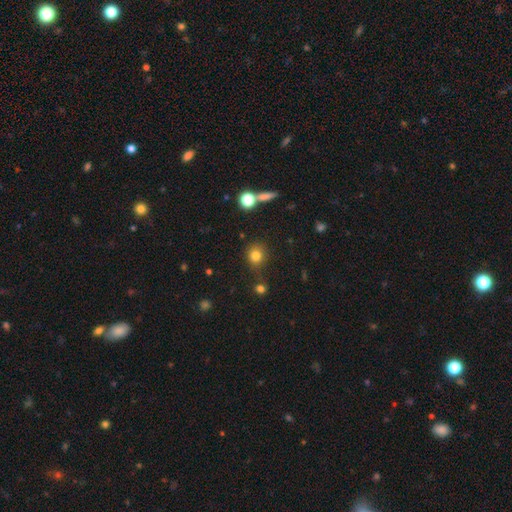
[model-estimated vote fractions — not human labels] Smooth or featured? Predicted: smooth (p=0.80). How rounded? Predicted: round (p=0.85). Merging? Predicted: none (p=0.77).